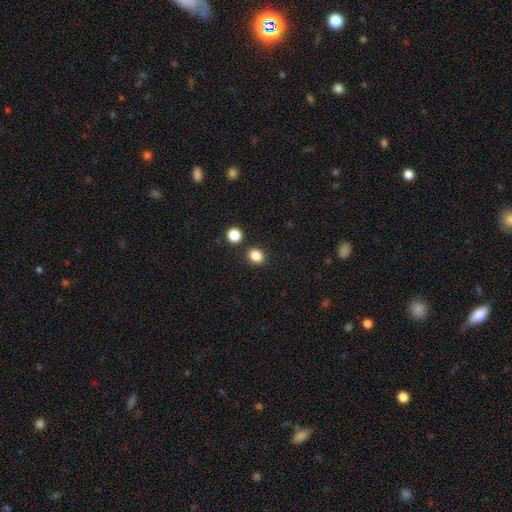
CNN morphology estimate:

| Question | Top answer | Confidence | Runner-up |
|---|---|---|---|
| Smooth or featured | smooth | 85% | star or artifact (11%) |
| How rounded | round | 52% | in between (47%) |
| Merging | none | 84% | minor disturbance (8%) |